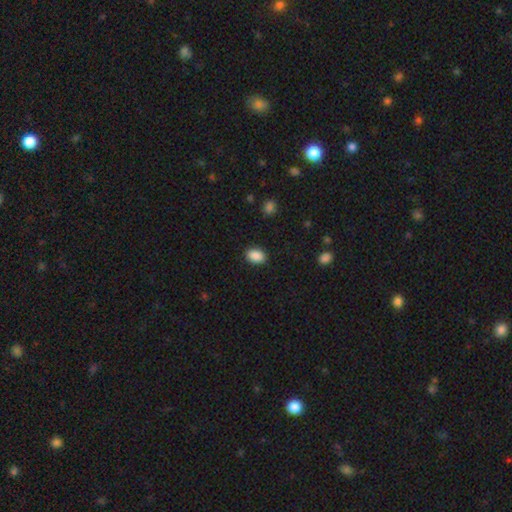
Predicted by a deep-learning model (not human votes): Morphology: type=smooth (89%); roundness=in between (82%); merging=none (88%).